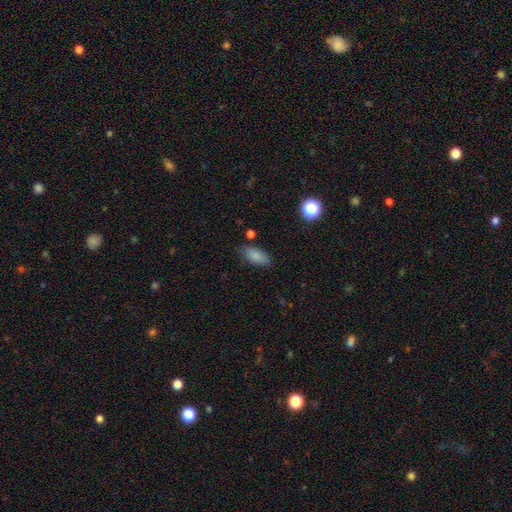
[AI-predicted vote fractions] Morphology: type=smooth (85%); roundness=in between (89%); merging=none (78%).